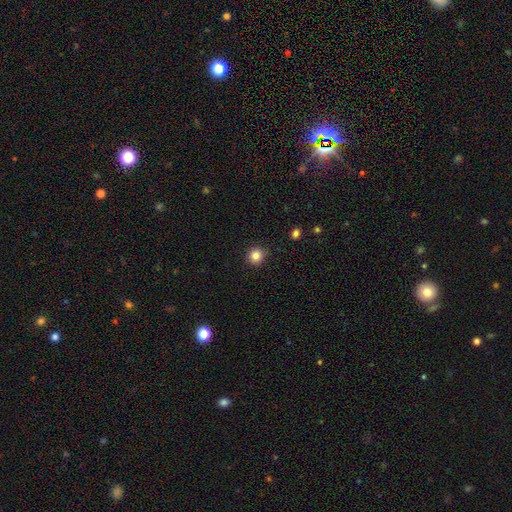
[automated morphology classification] Smooth or featured: smooth — 84% (star or artifact — 11%)
How rounded: round — 91% (in between — 9%)
Merging: none — 90% (minor disturbance — 7%)